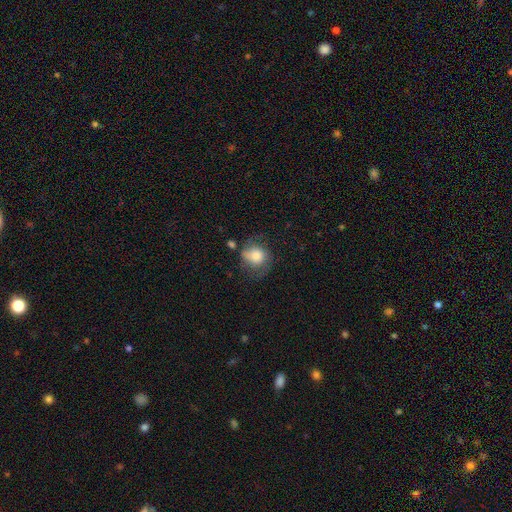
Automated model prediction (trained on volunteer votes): A smooth galaxy with no disk features (65%) that is round (73%). Merging: none (51%).